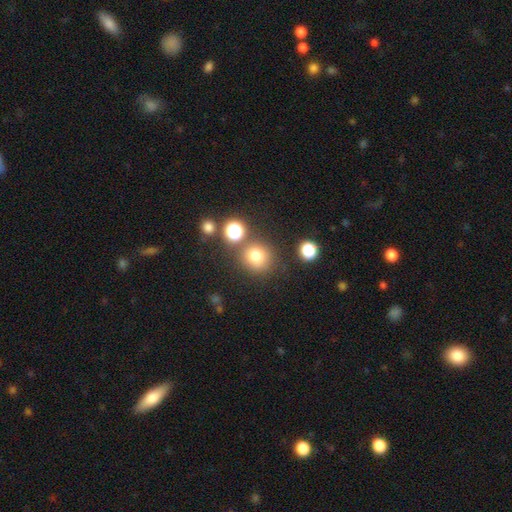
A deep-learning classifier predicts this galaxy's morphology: Q: Smooth or featured?
A: smooth (76%); runner-up: star or artifact (16%)
Q: How rounded?
A: round (90%); runner-up: in between (9%)
Q: Merging?
A: none (76%); runner-up: merger (10%)